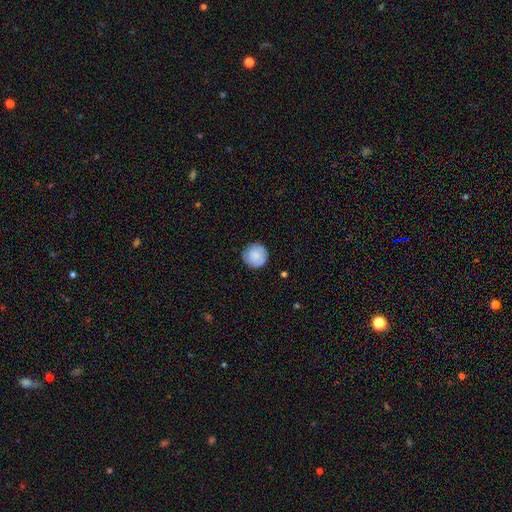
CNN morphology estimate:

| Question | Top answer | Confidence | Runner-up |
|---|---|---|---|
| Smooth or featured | smooth | 84% | featured or disk (10%) |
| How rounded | round | 94% | in between (5%) |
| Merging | none | 85% | minor disturbance (11%) |